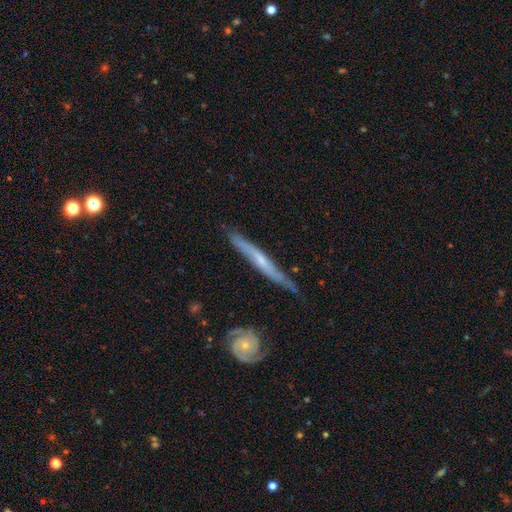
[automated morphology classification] Smooth or featured?
  - featured or disk: 72% *
  - smooth: 21%
  - star or artifact: 7%
Edge-on disk?
  - yes: 93% *
  - no: 7%
Edge-on bulge?
  - rounded: 48% *
  - none: 46%
  - boxy: 5%
Merging?
  - none: 83% *
  - minor disturbance: 13%
  - major disturbance: 2%
  - merger: 2%